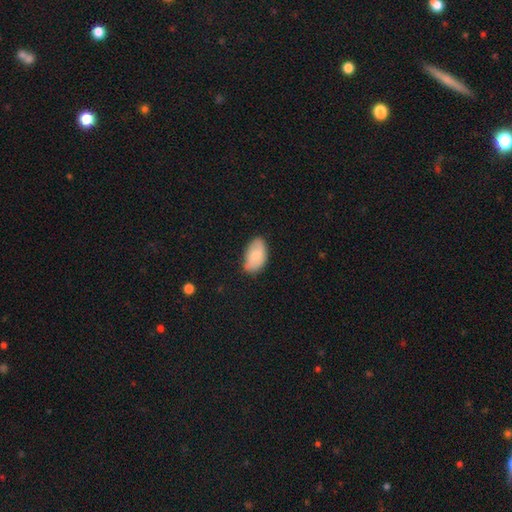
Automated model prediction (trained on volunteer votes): Overall: smooth (71%). How rounded: in between (94%). Merging: none (71%).